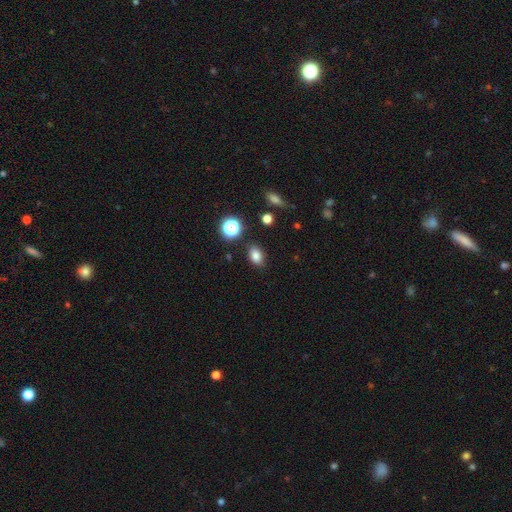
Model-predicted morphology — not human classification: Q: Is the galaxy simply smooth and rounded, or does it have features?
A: smooth — 80%.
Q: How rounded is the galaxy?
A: in between — 78%.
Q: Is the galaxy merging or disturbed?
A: none — 85%.